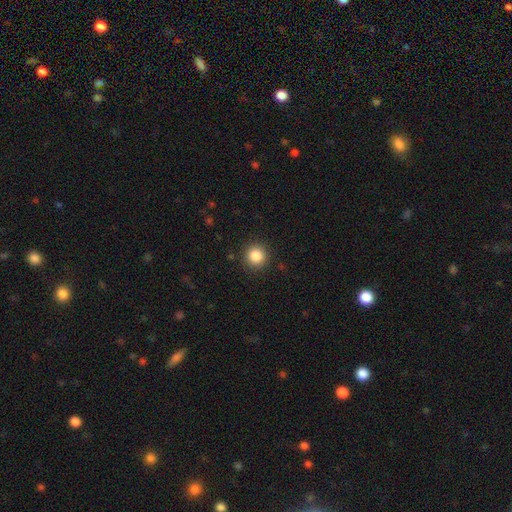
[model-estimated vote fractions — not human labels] This appears to be a smooth galaxy with no disk features (86%) that is round (94%). Merging: none (91%).